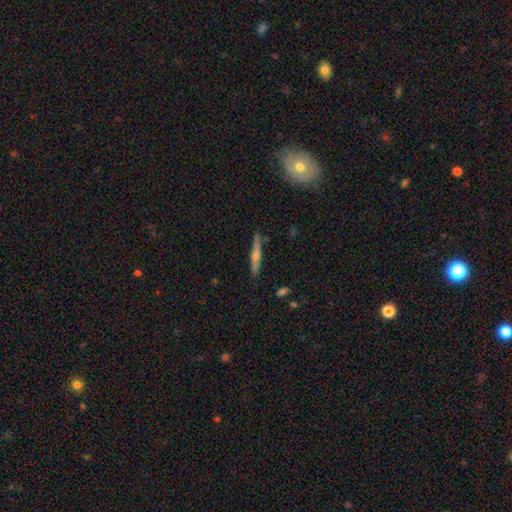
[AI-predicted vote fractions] Smooth or featured: featured or disk — 60% (smooth — 33%)
Edge-on disk: yes — 96% (no — 4%)
Edge-on bulge: rounded — 79% (none — 15%)
Merging: none — 87% (minor disturbance — 10%)